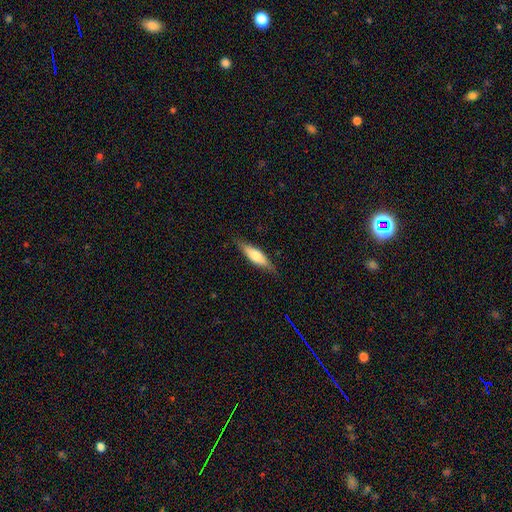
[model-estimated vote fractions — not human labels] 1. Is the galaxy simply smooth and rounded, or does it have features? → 60% smooth, 34% featured or disk, 6% star or artifact.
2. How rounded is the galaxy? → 62% cigar-shaped, 36% in between, 2% round.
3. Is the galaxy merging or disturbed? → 84% none, 13% minor disturbance, 2% major disturbance, 1% merger.